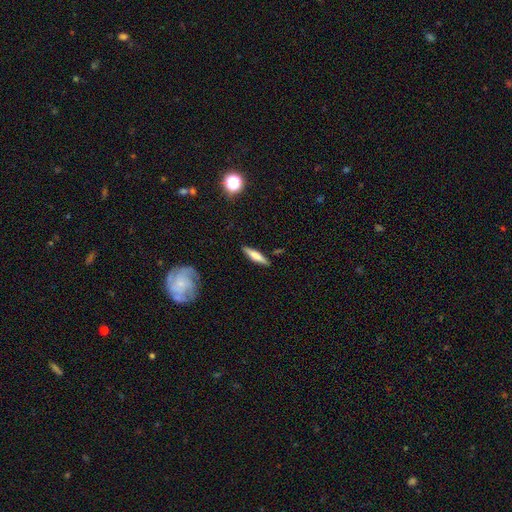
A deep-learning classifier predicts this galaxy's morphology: Smooth or featured: smooth — 62% (featured or disk — 31%)
How rounded: cigar-shaped — 78% (in between — 20%)
Merging: none — 87% (minor disturbance — 9%)